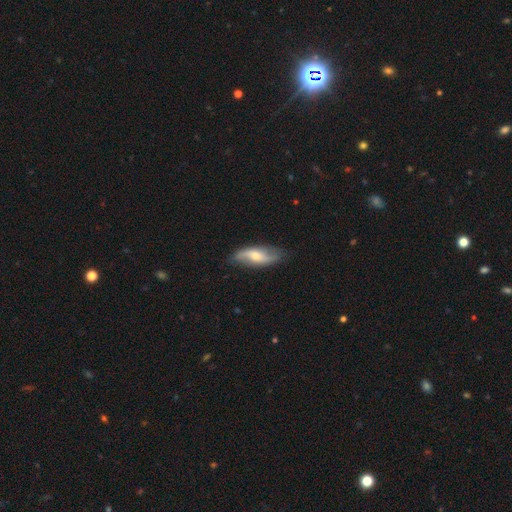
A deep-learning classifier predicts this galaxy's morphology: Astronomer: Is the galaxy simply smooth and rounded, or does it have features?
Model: featured or disk — 67%.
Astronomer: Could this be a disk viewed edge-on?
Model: no — 86%.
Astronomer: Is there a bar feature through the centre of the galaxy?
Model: no — 49% (runner-up: weak, 38%).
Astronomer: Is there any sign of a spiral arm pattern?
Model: yes — 91%.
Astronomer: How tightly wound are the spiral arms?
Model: loose — 74%.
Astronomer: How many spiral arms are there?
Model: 2 — 89%.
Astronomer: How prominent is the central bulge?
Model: moderate — 55% (runner-up: small, 35%).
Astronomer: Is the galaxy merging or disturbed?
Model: none — 78%.